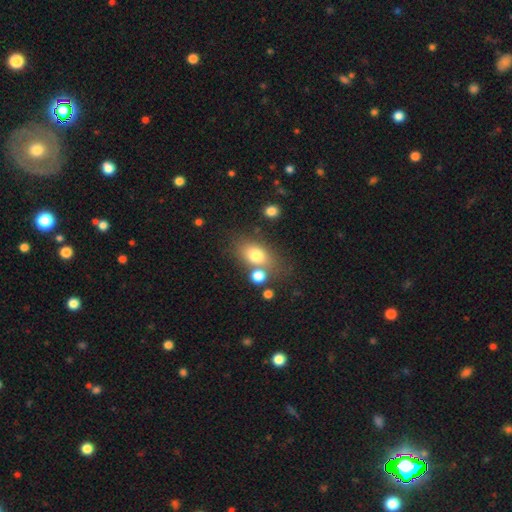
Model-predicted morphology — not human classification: A smooth galaxy with no disk features (76%) that is in between round and cigar-shaped (74%).

Vote fractions:
- Smooth or featured? smooth: 76% / featured or disk: 14% / star or artifact: 11%
- How rounded? in between: 74% / round: 23% / cigar-shaped: 2%
- Merging? none: 59% / merger: 20% / minor disturbance: 14% / major disturbance: 6%